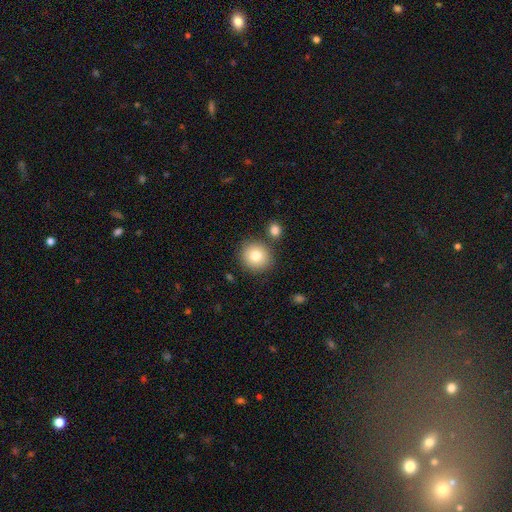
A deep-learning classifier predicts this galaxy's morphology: smooth-or-featured: smooth: 80% | featured or disk: 10% | star or artifact: 9%
  how-rounded: round: 89% | in between: 10% | cigar-shaped: 1%
  merging: none: 81% | minor disturbance: 8% | merger: 8% | major disturbance: 3%